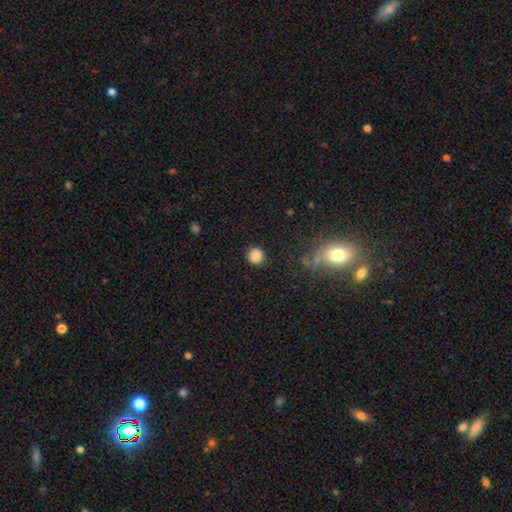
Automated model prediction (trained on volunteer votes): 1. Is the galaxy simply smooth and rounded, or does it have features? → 84% smooth, 12% star or artifact, 4% featured or disk.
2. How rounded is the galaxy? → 90% round, 9% in between, 1% cigar-shaped.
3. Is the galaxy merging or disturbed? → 88% none, 7% minor disturbance, 3% major disturbance, 1% merger.